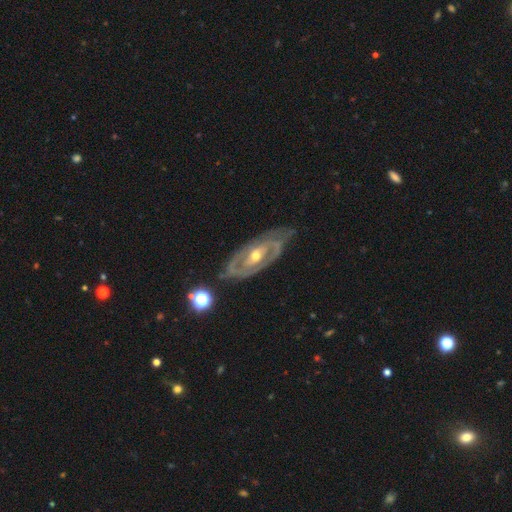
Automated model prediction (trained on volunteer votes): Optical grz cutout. It shows a featured or disk galaxy (86%) with no bar (52%), 2 (64%) tight (58%) spiral arms (82%) and a moderate central bulge (64%). Merging: none (70%).